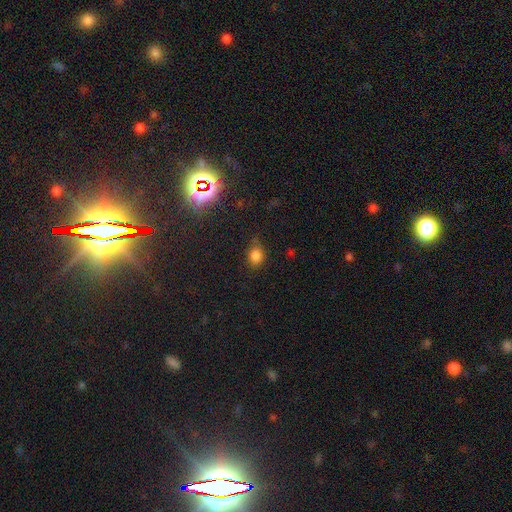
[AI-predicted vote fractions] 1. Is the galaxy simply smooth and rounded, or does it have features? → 79% smooth, 16% star or artifact, 6% featured or disk.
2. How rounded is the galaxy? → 54% round, 45% in between, 1% cigar-shaped.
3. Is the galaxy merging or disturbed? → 69% none, 23% minor disturbance, 6% major disturbance, 3% merger.